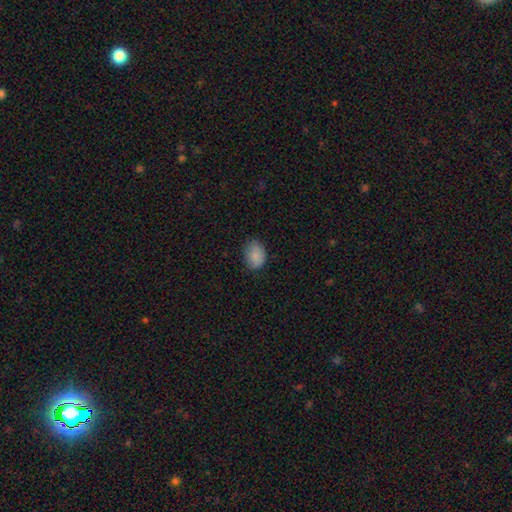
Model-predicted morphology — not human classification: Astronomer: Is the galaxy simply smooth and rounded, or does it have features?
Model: smooth — 87%.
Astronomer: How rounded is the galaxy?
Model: in between — 75%.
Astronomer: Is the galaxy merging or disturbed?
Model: none — 74%.